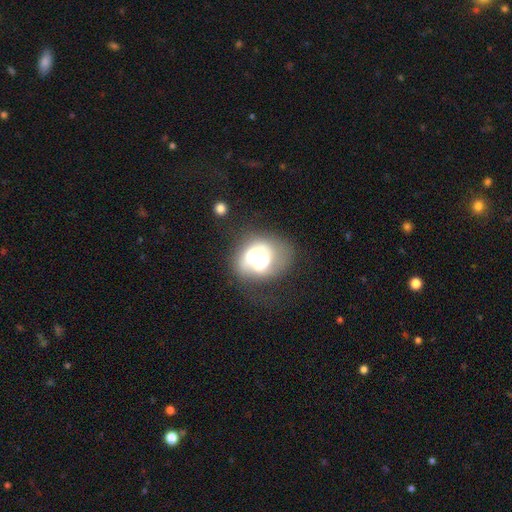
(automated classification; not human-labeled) smooth-or-featured: smooth: 46% | featured or disk: 43% | star or artifact: 11%
  merging: merger: 55% | none: 19% | major disturbance: 16% | minor disturbance: 11%